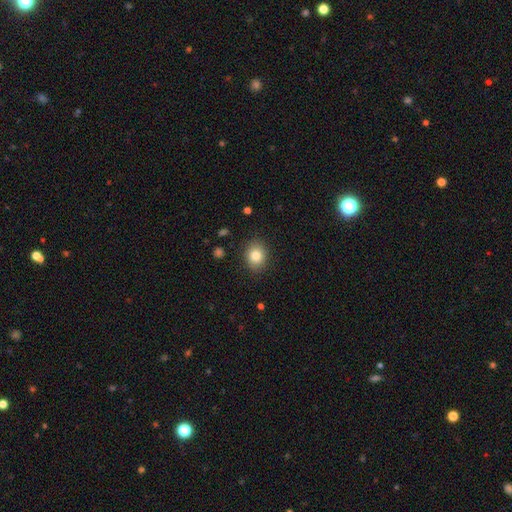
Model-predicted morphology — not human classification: Smooth or featured? smooth (82%)
How rounded? round (55%)
Merging? none (87%)